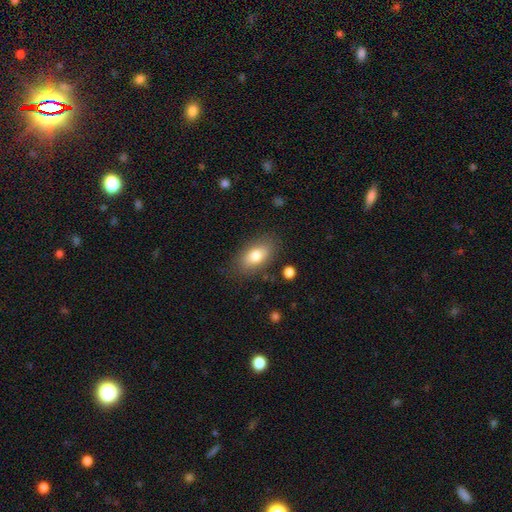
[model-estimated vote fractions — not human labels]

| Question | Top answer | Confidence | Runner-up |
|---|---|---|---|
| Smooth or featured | smooth | 78% | featured or disk (15%) |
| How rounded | in between | 89% | round (6%) |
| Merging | none | 81% | minor disturbance (13%) |